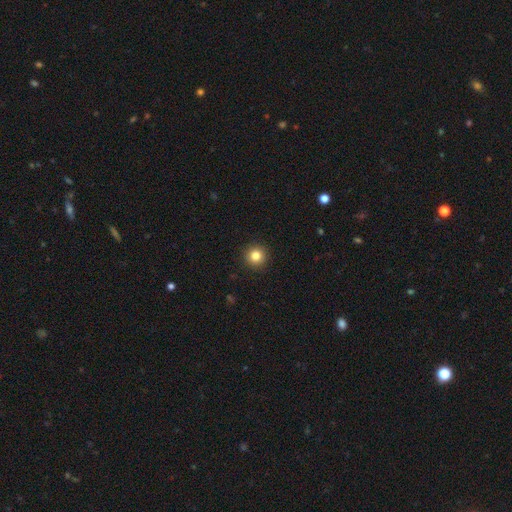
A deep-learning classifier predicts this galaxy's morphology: Q: Smooth or featured?
A: smooth (83%); runner-up: star or artifact (11%)
Q: How rounded?
A: round (95%); runner-up: in between (4%)
Q: Merging?
A: none (93%); runner-up: minor disturbance (5%)